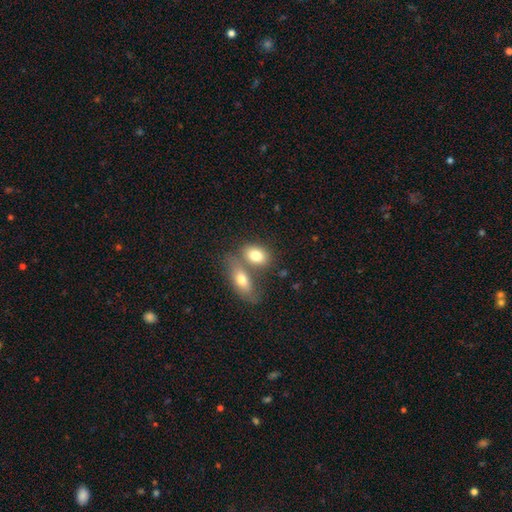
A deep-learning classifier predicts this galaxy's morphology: This appears to be a smooth galaxy with no disk features (79%) that is in between round and cigar-shaped (84%). Merging: merger (49%).